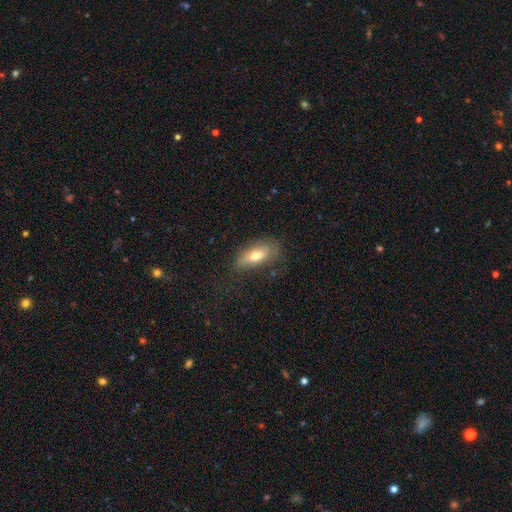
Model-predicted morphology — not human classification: This appears to be a smooth galaxy with no disk features (70%) that is in between round and cigar-shaped (80%). Merging: none (65%).